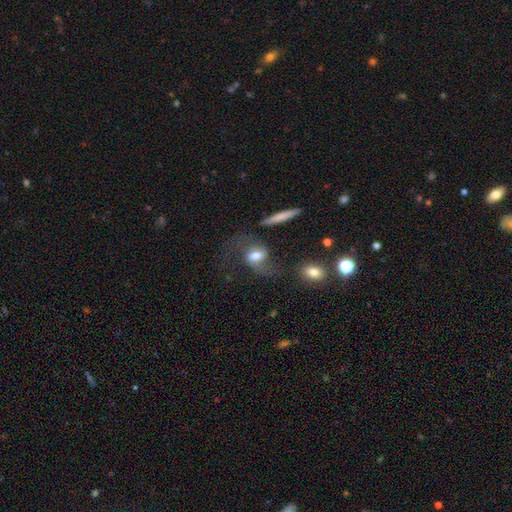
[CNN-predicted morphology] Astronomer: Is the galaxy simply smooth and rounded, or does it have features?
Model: featured or disk — 53% (runner-up: smooth, 38%).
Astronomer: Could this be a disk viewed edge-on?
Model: no — 90%.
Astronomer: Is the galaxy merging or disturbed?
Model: none — 49% (runner-up: major disturbance, 25%).